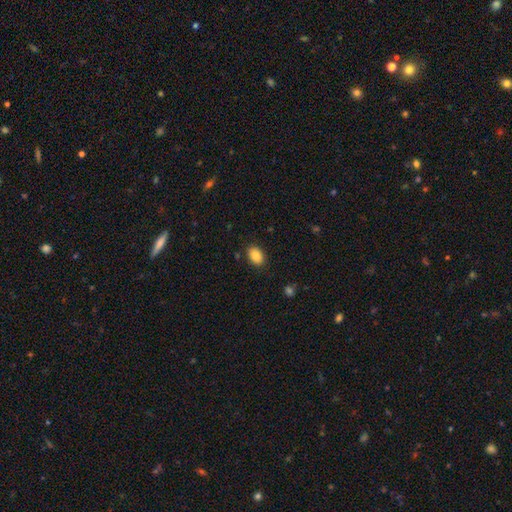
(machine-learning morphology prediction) This appears to be a smooth galaxy with no disk features (87%) that is in between round and cigar-shaped (83%). Merging: none (86%).